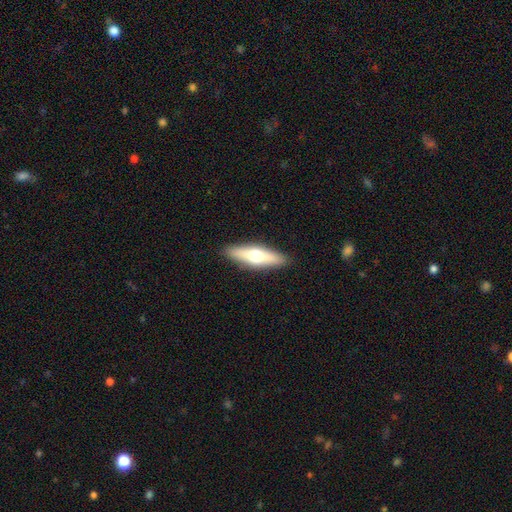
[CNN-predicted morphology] Smooth or featured? Predicted: smooth (p=0.52). How rounded? Predicted: cigar-shaped (p=0.60). Merging? Predicted: none (p=0.89).